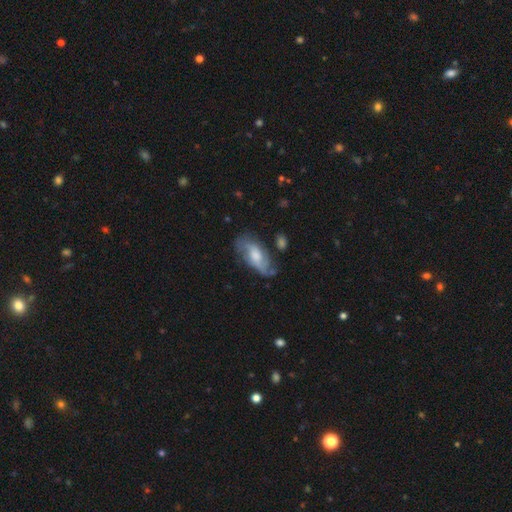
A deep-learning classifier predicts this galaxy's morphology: type=featured or disk (65%); edge-on=no (92%); bar=no (57%); spiral arms=yes (87%); winding=medium (43%); arm count=2 (66%); bulge=moderate (49%); merging=none (57%).